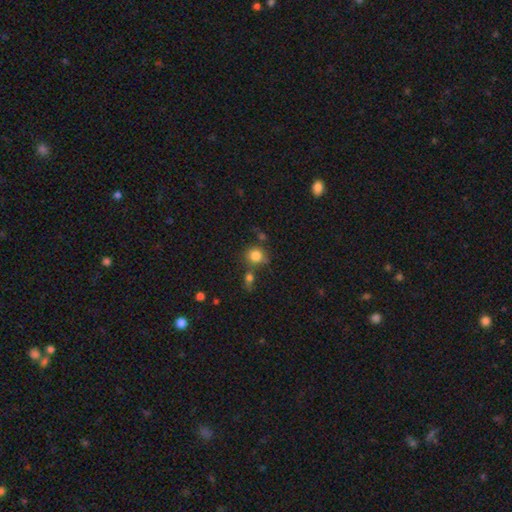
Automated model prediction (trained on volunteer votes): Smooth or featured? Predicted: smooth (p=0.81). How rounded? Predicted: round (p=0.85). Merging? Predicted: none (p=0.64).